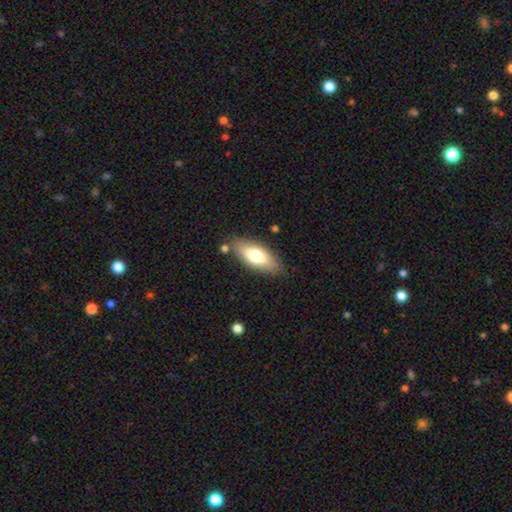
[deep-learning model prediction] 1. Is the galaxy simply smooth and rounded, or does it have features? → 70% smooth, 23% featured or disk, 6% star or artifact.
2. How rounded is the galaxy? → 78% in between, 20% cigar-shaped, 2% round.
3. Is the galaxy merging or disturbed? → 81% none, 12% minor disturbance, 4% merger, 3% major disturbance.